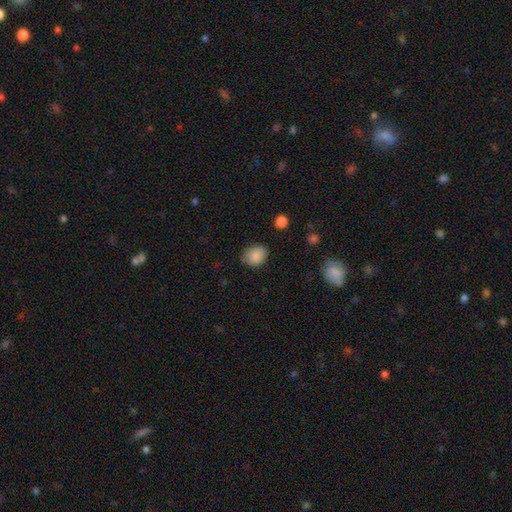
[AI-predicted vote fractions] Smooth or featured?
  - smooth: 87% *
  - star or artifact: 8%
  - featured or disk: 4%
How rounded?
  - in between: 62% *
  - round: 37%
  - cigar-shaped: 1%
Merging?
  - none: 76% *
  - minor disturbance: 19%
  - major disturbance: 4%
  - merger: 1%